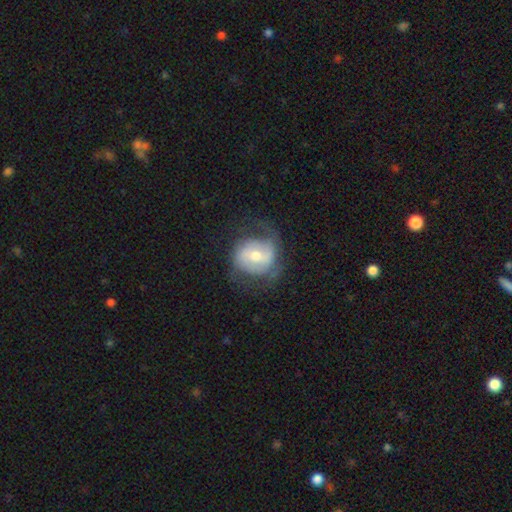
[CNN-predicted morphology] Smooth or featured? featured or disk (60%)
Edge-on disk? no (96%)
Bar? weak (44%)
Spiral arms? yes (72%)
Bulge size? moderate (64%)
Merging? none (56%)